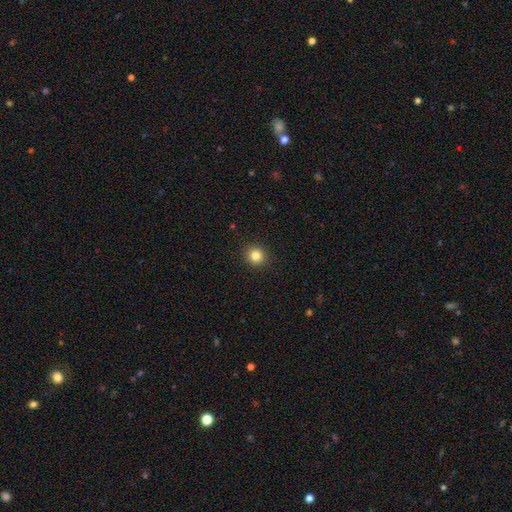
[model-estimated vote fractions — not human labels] A smooth galaxy with no disk features (83%) that is round (89%).

Vote fractions:
- Smooth or featured? smooth: 83% / star or artifact: 12% / featured or disk: 5%
- How rounded? round: 89% / in between: 10% / cigar-shaped: 1%
- Merging? none: 92% / minor disturbance: 5% / major disturbance: 2% / merger: 1%